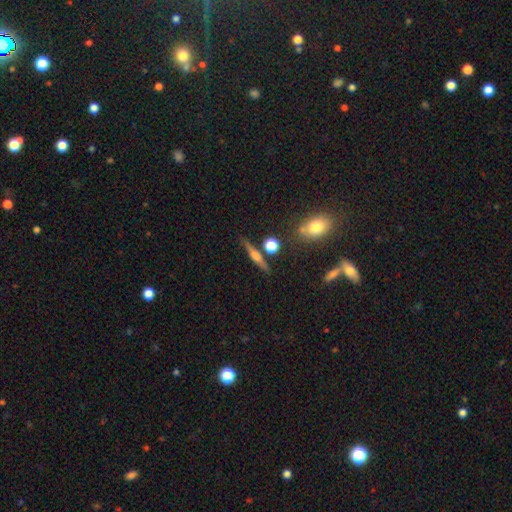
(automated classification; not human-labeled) Q: Smooth or featured?
A: featured or disk (60%); runner-up: smooth (31%)
Q: Edge-on disk?
A: yes (95%); runner-up: no (5%)
Q: Edge-on bulge?
A: rounded (81%); runner-up: boxy (12%)
Q: Merging?
A: none (81%); runner-up: minor disturbance (10%)